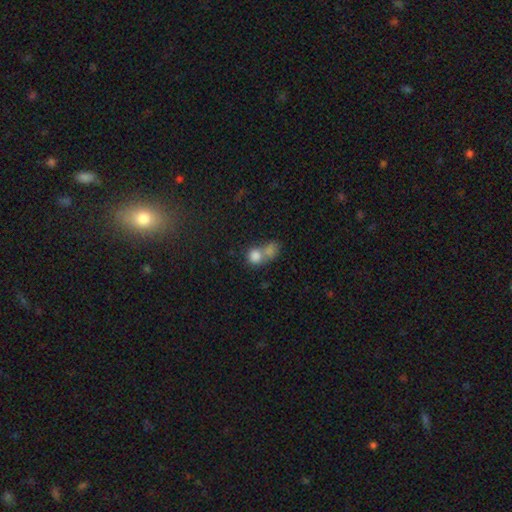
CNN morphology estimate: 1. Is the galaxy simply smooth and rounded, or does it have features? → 80% smooth, 11% star or artifact, 9% featured or disk.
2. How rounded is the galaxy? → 75% round, 24% in between, 1% cigar-shaped.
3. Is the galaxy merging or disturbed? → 59% merger, 29% none, 7% minor disturbance, 5% major disturbance.